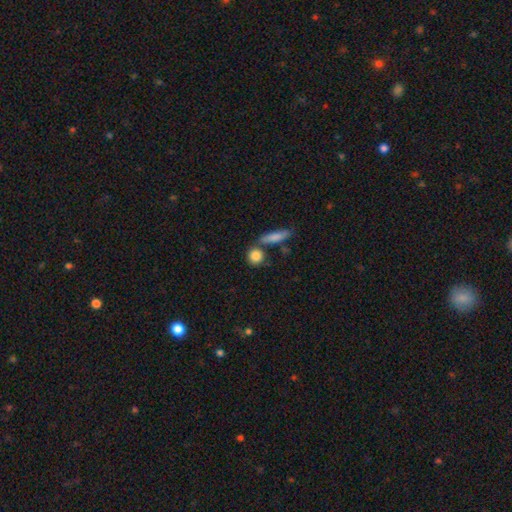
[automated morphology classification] Smooth or featured: smooth — 85% (star or artifact — 8%)
How rounded: round — 79% (in between — 15%)
Merging: none — 69% (merger — 17%)